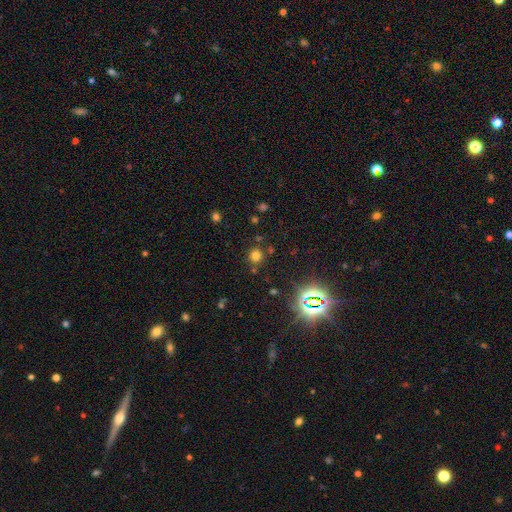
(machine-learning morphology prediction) The model was most divided on "smooth or featured": smooth: 68%, star or artifact: 25%, featured or disk: 7%. More confident: how rounded — round (89%); merging — none (80%).